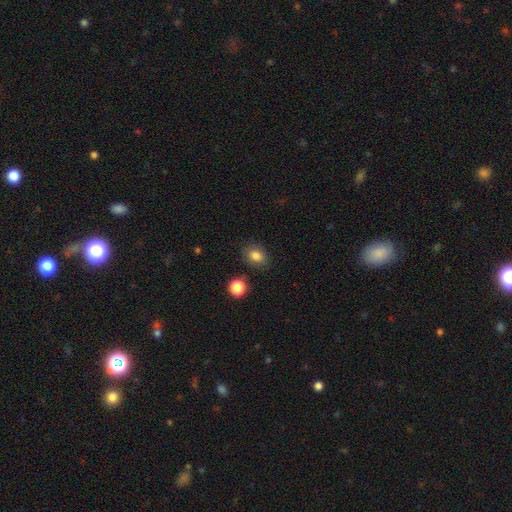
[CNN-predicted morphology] Smooth or featured?
  - smooth: 83% *
  - star or artifact: 11%
  - featured or disk: 6%
How rounded?
  - in between: 63% *
  - round: 36%
  - cigar-shaped: 1%
Merging?
  - none: 82% *
  - minor disturbance: 11%
  - major disturbance: 3%
  - merger: 3%